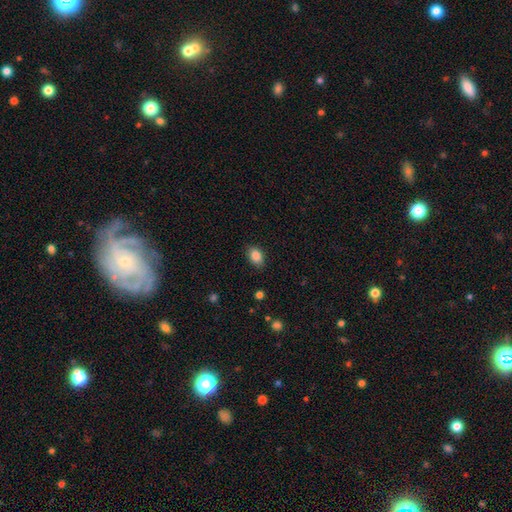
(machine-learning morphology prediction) Q: Smooth or featured?
A: smooth (86%); runner-up: star or artifact (8%)
Q: How rounded?
A: in between (82%); runner-up: round (16%)
Q: Merging?
A: none (84%); runner-up: minor disturbance (12%)